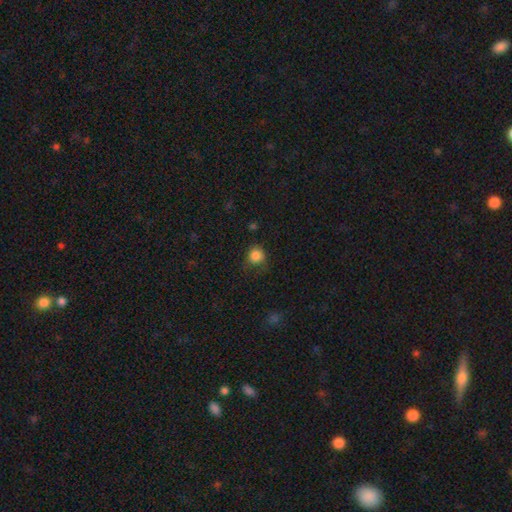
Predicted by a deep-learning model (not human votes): smooth_or_featured: smooth (p=0.85) [alt: star or artifact p=0.11]
how_rounded: round (p=0.86) [alt: in between p=0.13]
merging: none (p=0.68) [alt: minor disturbance p=0.22]